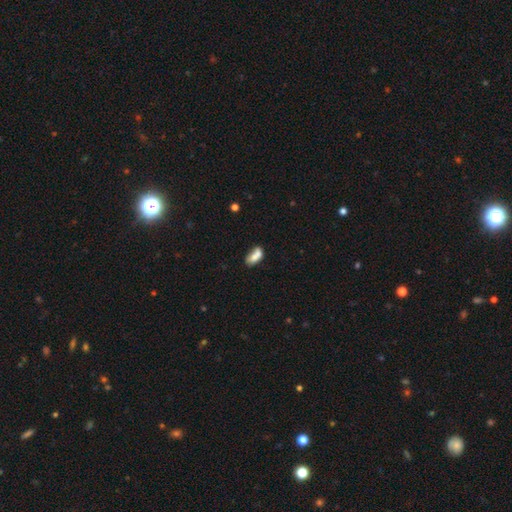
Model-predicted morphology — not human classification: A smooth galaxy with no disk features (73%) that is in between round and cigar-shaped (83%).

Vote fractions:
- Smooth or featured? smooth: 73% / featured or disk: 18% / star or artifact: 9%
- How rounded? in between: 83% / cigar-shaped: 10% / round: 7%
- Merging? merger: 45% / none: 31% / minor disturbance: 16% / major disturbance: 8%